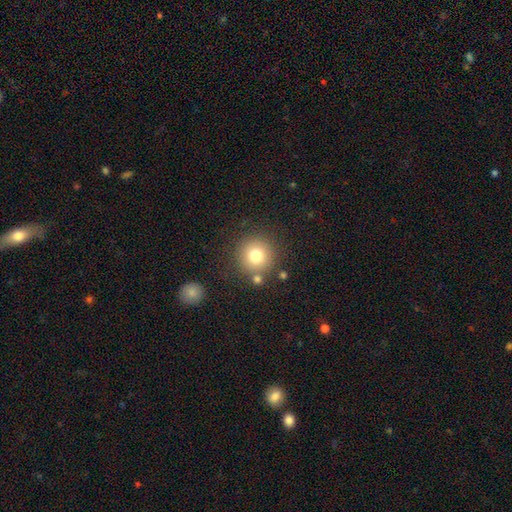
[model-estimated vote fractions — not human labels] smooth-or-featured: smooth: 78% | star or artifact: 12% | featured or disk: 11%
  how-rounded: round: 95% | in between: 4% | cigar-shaped: 1%
  merging: none: 81% | minor disturbance: 8% | merger: 7% | major disturbance: 3%